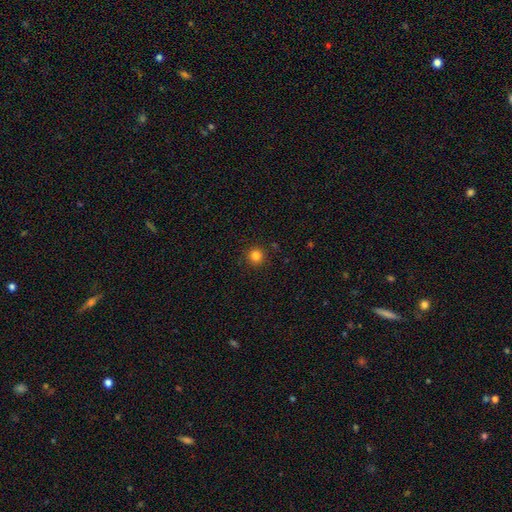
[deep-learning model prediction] A smooth galaxy with no disk features (83%) that is round (95%). Merging: none (91%).